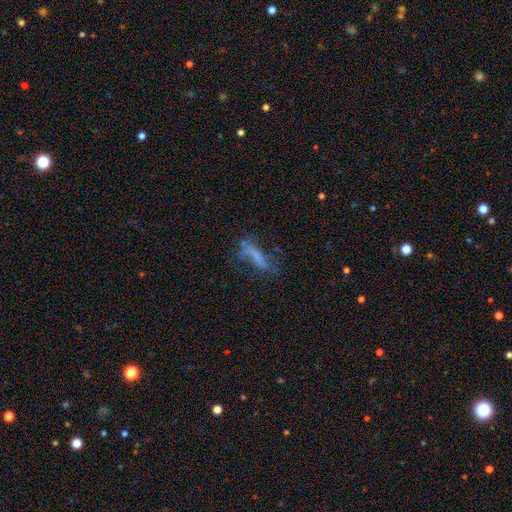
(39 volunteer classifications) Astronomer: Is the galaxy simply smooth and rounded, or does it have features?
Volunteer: smooth — 49% (runner-up: featured or disk, 46%).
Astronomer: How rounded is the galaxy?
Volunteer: cigar-shaped — 74%.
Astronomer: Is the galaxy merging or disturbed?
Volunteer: minor disturbance — 35% (runner-up: major disturbance, 32%).